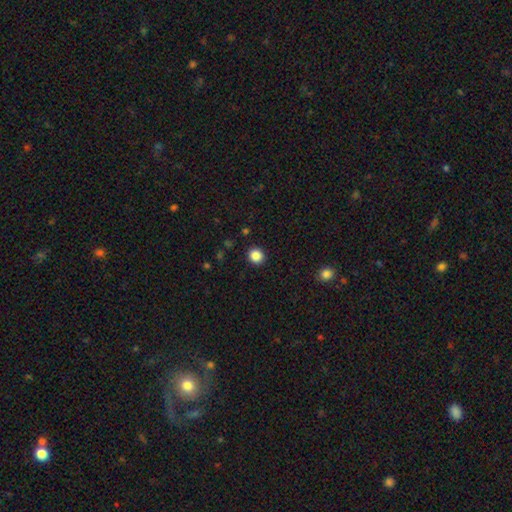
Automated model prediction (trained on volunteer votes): Smooth or featured: smooth — 86% (star or artifact — 11%)
How rounded: round — 88% (in between — 11%)
Merging: none — 92% (minor disturbance — 5%)